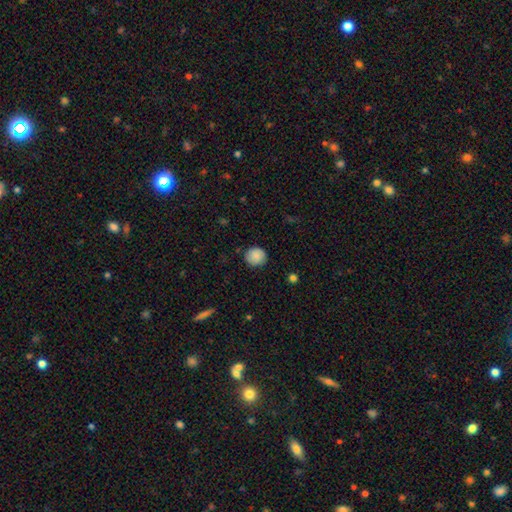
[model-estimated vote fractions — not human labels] A smooth galaxy with no disk features (86%) that is round (89%). Merging: none (85%).